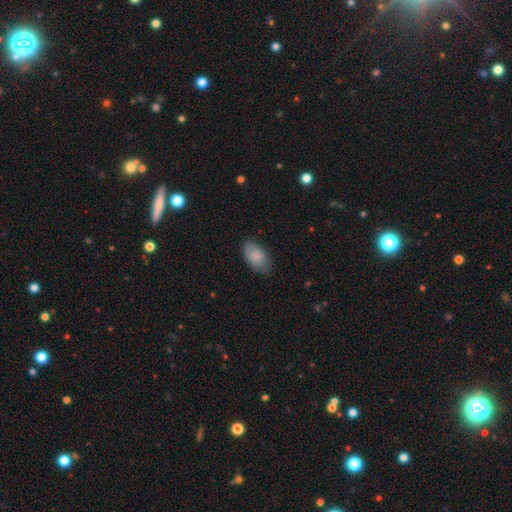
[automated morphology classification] Smooth or featured: smooth — 87% (featured or disk — 7%)
How rounded: in between — 94% (round — 4%)
Merging: none — 77% (minor disturbance — 18%)